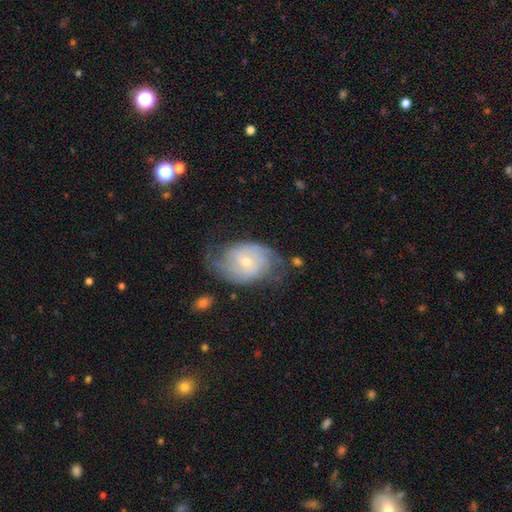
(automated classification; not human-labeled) Smooth or featured?
  - featured or disk: 74% *
  - smooth: 20%
  - star or artifact: 6%
Edge-on disk?
  - no: 97% *
  - yes: 3%
Bar?
  - no: 56% *
  - weak: 38%
  - strong: 6%
Spiral arms?
  - yes: 90% *
  - no: 10%
Spiral winding?
  - tight: 43% *
  - medium: 40%
  - loose: 18%
Spiral arm count?
  - 2: 60% *
  - can't tell: 24%
  - 3: 7%
  - 1: 3%
  - 4: 3%
  - more than 4: 3%
Bulge size?
  - small: 61% *
  - moderate: 35%
  - large: 2%
  - none: 1%
  - dominant: 1%
Merging?
  - none: 60% *
  - minor disturbance: 25%
  - major disturbance: 13%
  - merger: 3%